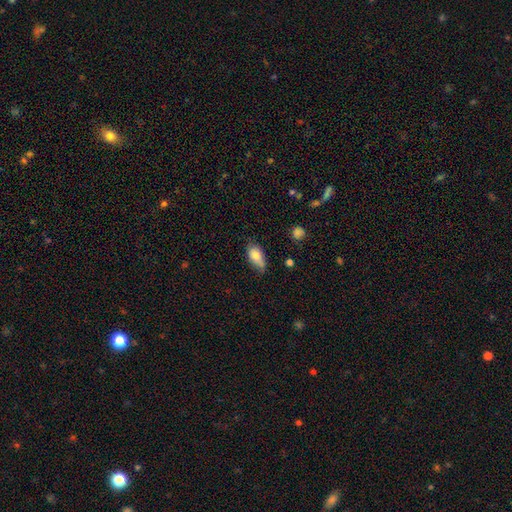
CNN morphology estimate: This appears to be a smooth galaxy with no disk features (79%) that is in between round and cigar-shaped (89%). Merging: none (50%).